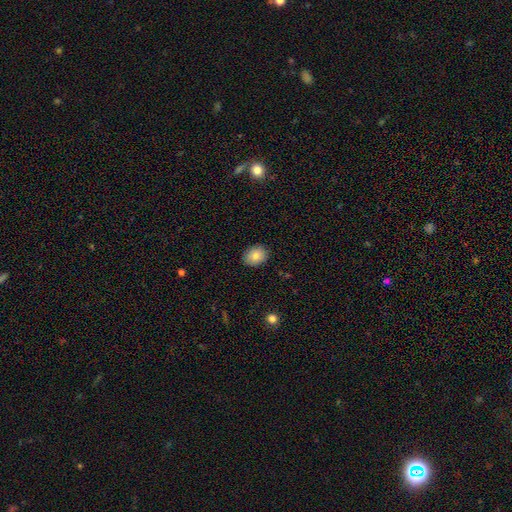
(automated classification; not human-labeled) A smooth galaxy with no disk features (83%) that is in between round and cigar-shaped (59%).

Vote fractions:
- Smooth or featured? smooth: 83% / featured or disk: 9% / star or artifact: 8%
- How rounded? in between: 59% / round: 40% / cigar-shaped: 1%
- Merging? none: 88% / minor disturbance: 9% / major disturbance: 2% / merger: 1%